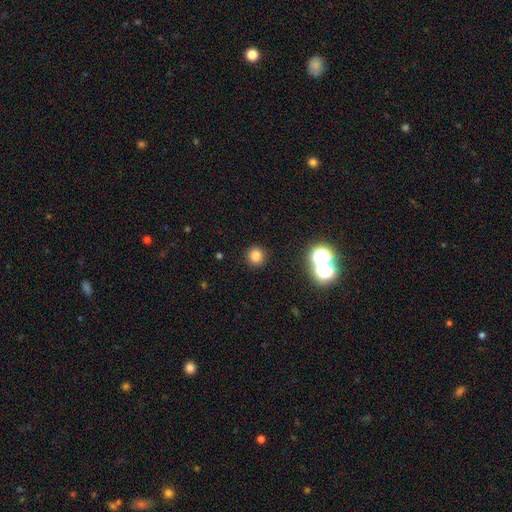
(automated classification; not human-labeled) smooth 78%, star or artifact 17%, featured or disk 5%. Down the decision tree: how rounded — round (92%); merging — none (90%).